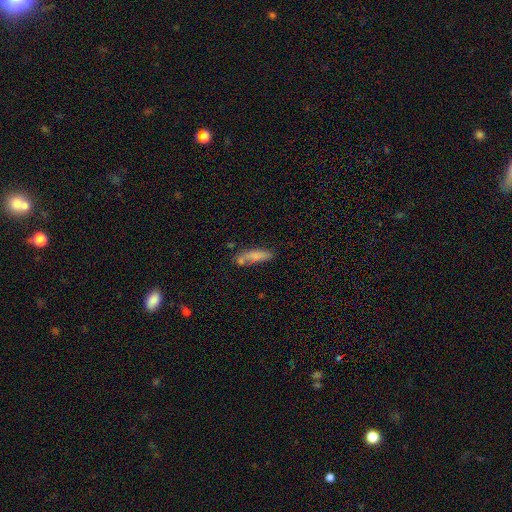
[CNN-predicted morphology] Smooth or featured?
  - smooth: 74% *
  - featured or disk: 17%
  - star or artifact: 9%
How rounded?
  - cigar-shaped: 58% *
  - in between: 39%
  - round: 3%
Merging?
  - none: 53% *
  - minor disturbance: 21%
  - merger: 17%
  - major disturbance: 8%